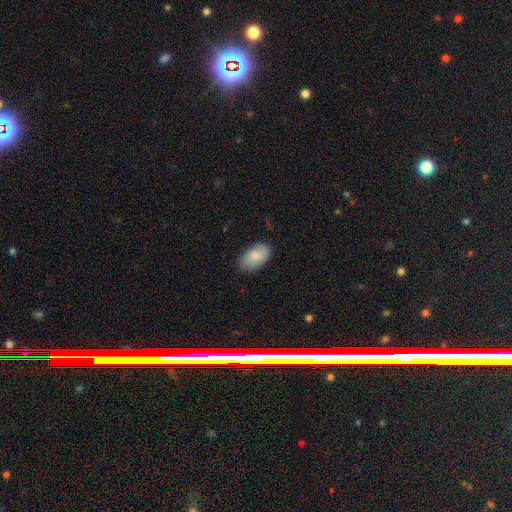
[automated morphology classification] Q: Smooth or featured?
A: smooth (84%); runner-up: featured or disk (10%)
Q: How rounded?
A: in between (94%); runner-up: round (4%)
Q: Merging?
A: none (83%); runner-up: minor disturbance (14%)